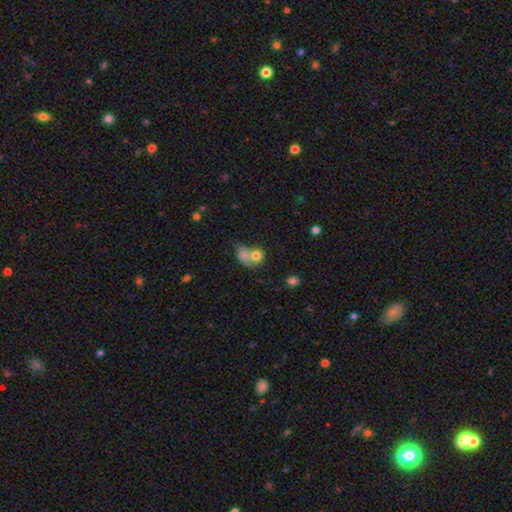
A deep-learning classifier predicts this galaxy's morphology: Q: Smooth or featured?
A: smooth (74%); runner-up: featured or disk (16%)
Q: How rounded?
A: round (66%); runner-up: in between (33%)
Q: Merging?
A: merger (60%); runner-up: none (23%)